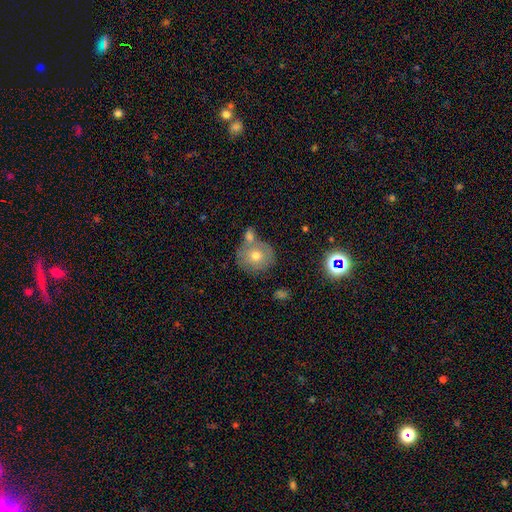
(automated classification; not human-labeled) smooth-or-featured: smooth: 68% | featured or disk: 23% | star or artifact: 9%
  how-rounded: round: 85% | in between: 14% | cigar-shaped: 1%
  merging: none: 54% | merger: 29% | minor disturbance: 13% | major disturbance: 4%